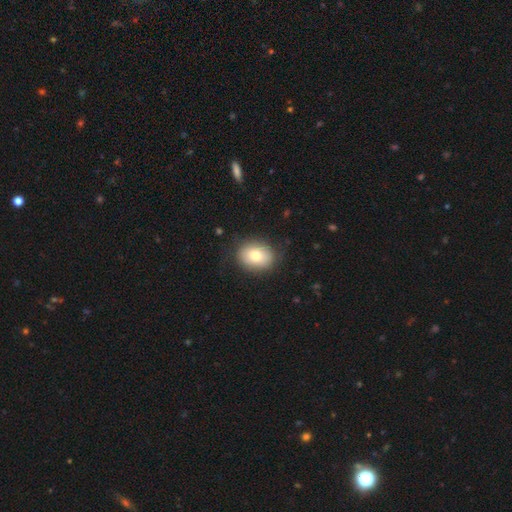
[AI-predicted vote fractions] smooth_or_featured: smooth (p=0.78) [alt: featured or disk p=0.14]
how_rounded: in between (p=0.58) [alt: round p=0.41]
merging: none (p=0.84) [alt: minor disturbance p=0.12]